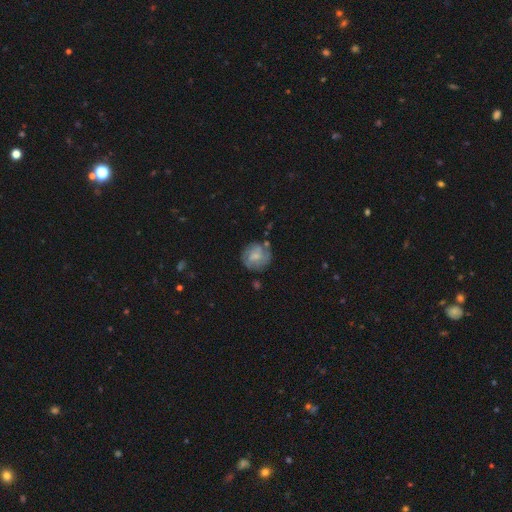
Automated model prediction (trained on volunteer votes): The model was most divided on "smooth or featured": featured or disk: 50%, smooth: 42%, star or artifact: 8%. More confident: merging — none (68%).